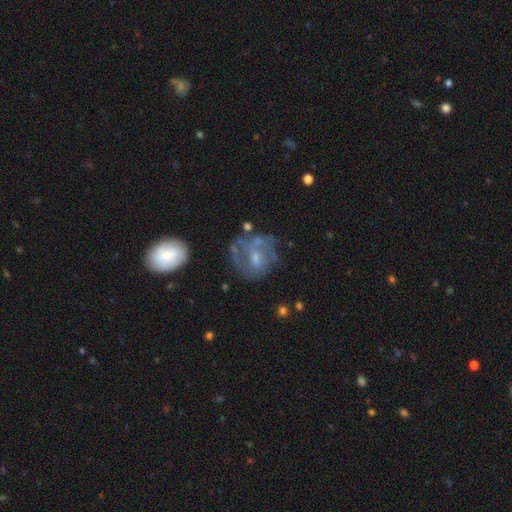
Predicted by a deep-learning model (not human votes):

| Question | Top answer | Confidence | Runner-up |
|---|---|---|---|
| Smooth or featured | featured or disk | 58% | smooth (29%) |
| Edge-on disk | no | 97% | yes (3%) |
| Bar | no | 52% | weak (38%) |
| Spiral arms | no | 59% | yes (41%) |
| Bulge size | small | 48% | moderate (38%) |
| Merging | none | 53% | major disturbance (21%) |